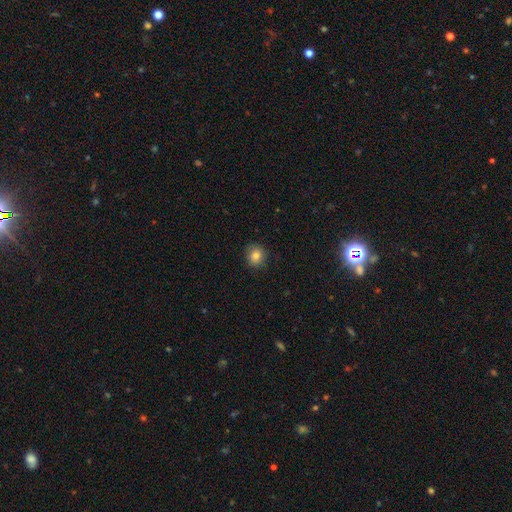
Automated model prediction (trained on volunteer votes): Overall: smooth (84%). How rounded: round (82%). Merging: none (87%).